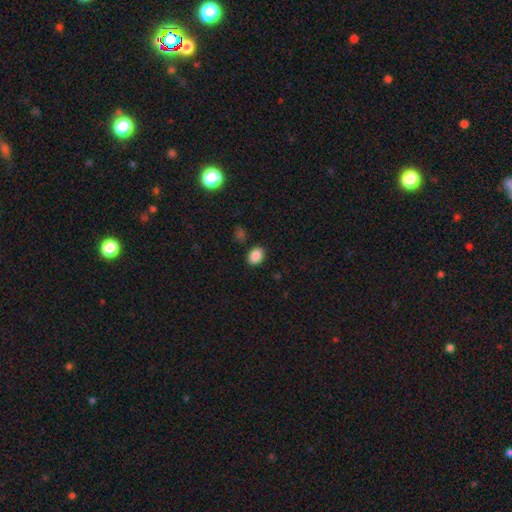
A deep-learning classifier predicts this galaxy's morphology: A smooth galaxy with no disk features (88%) that is in between round and cigar-shaped (66%). Merging: none (86%).